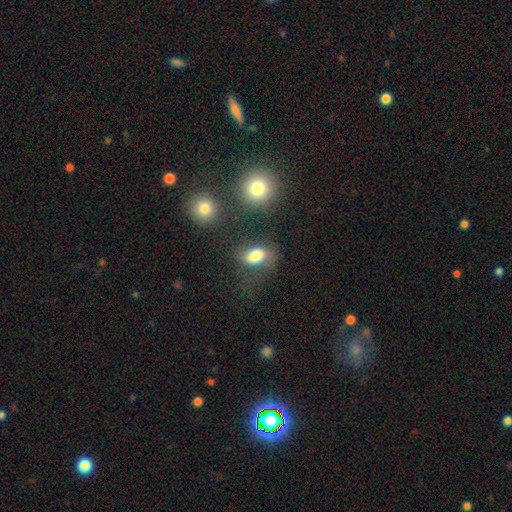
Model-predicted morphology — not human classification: Smooth or featured? Predicted: smooth (p=0.78). How rounded? Predicted: in between (p=0.82). Merging? Predicted: none (p=0.56).